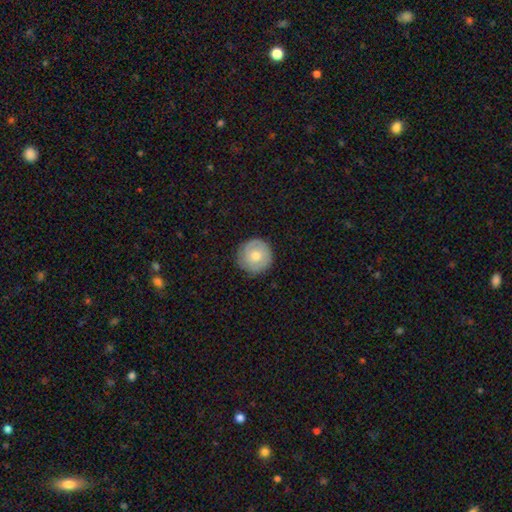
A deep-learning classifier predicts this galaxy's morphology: Overall: smooth (63%; featured or disk 31%). How rounded: round (95%). Merging: none (85%).